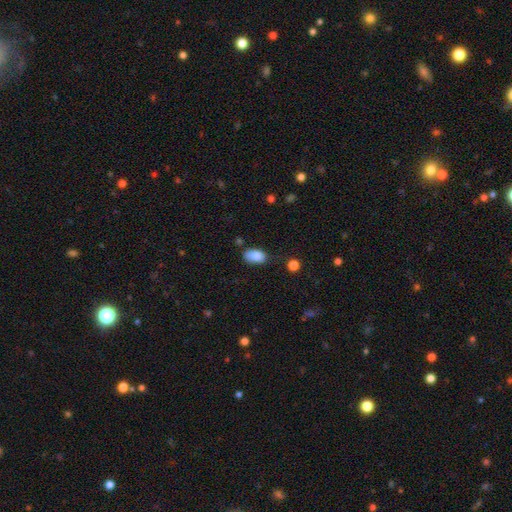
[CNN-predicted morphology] smooth 83%, featured or disk 9%, star or artifact 8%. Down the decision tree: how rounded — in between (90%); merging — none (63%).